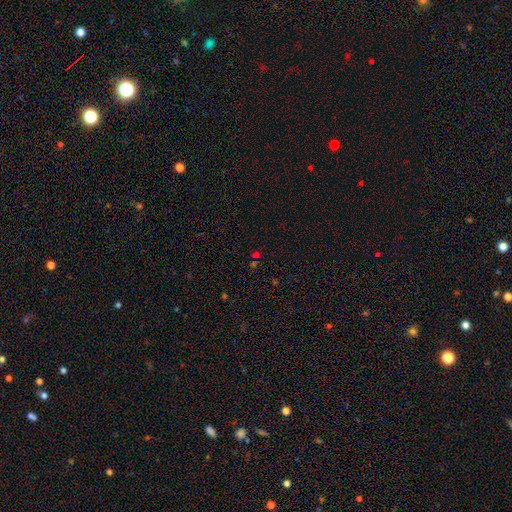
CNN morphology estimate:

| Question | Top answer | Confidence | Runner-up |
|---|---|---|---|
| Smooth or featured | star or artifact | 58% | smooth (35%) |